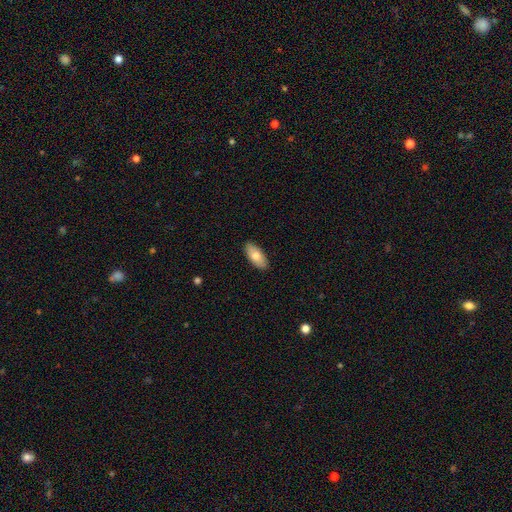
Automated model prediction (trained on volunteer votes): smooth 79%, featured or disk 15%, star or artifact 6%. Down the decision tree: how rounded — in between (89%); merging — none (89%).